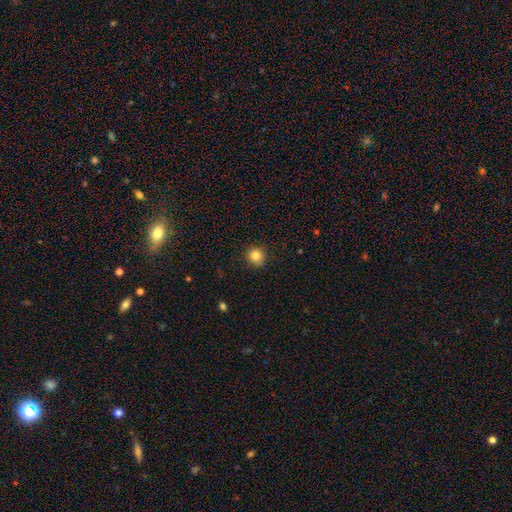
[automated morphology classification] smooth-or-featured: smooth: 83% | star or artifact: 11% | featured or disk: 6%
  how-rounded: round: 90% | in between: 9% | cigar-shaped: 1%
  merging: none: 86% | minor disturbance: 11% | major disturbance: 2% | merger: 1%